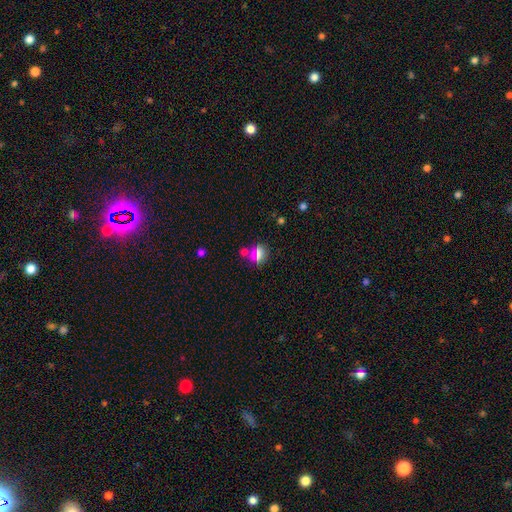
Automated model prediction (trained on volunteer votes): Smooth or featured? Predicted: smooth (p=0.67). How rounded? Predicted: round (p=0.55). Merging? Predicted: none (p=0.70).